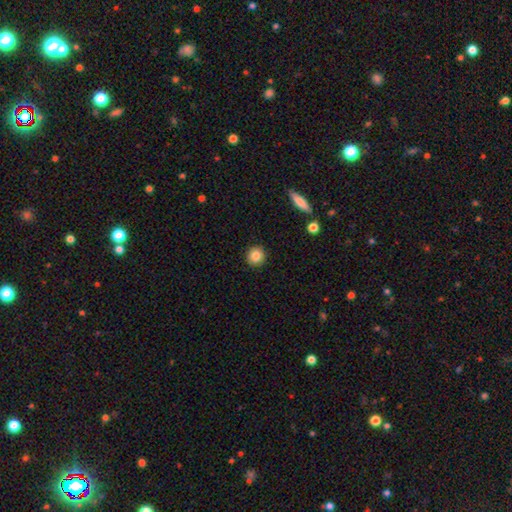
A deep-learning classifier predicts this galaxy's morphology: A smooth galaxy with no disk features (85%) that is round (91%). Merging: none (92%).